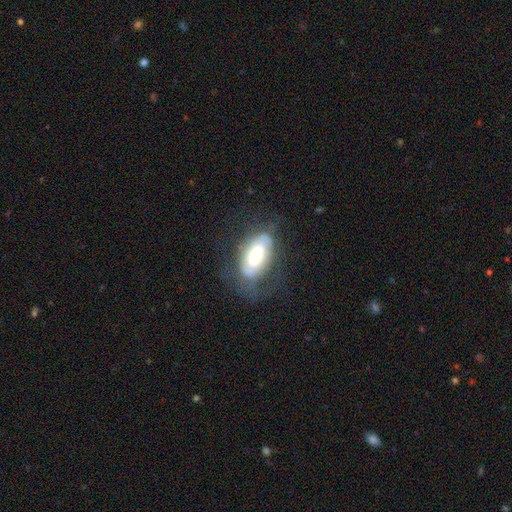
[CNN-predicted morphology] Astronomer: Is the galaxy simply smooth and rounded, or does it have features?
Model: featured or disk — 52% (runner-up: smooth, 40%).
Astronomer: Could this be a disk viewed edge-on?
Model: no — 91%.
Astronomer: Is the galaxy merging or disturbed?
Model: none — 50% (runner-up: minor disturbance, 26%).